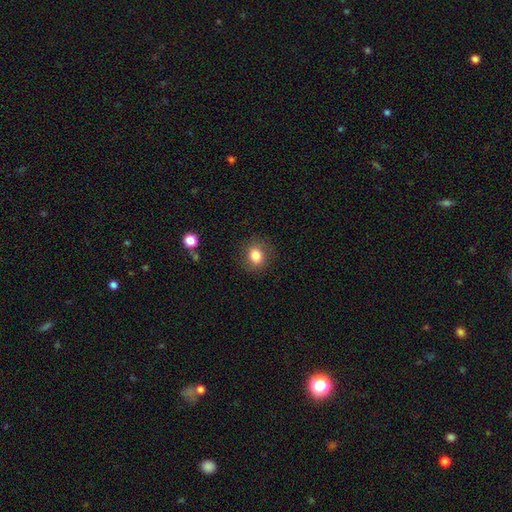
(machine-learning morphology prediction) Overall: smooth (83%). How rounded: round (66%; in between 33%). Merging: none (85%).